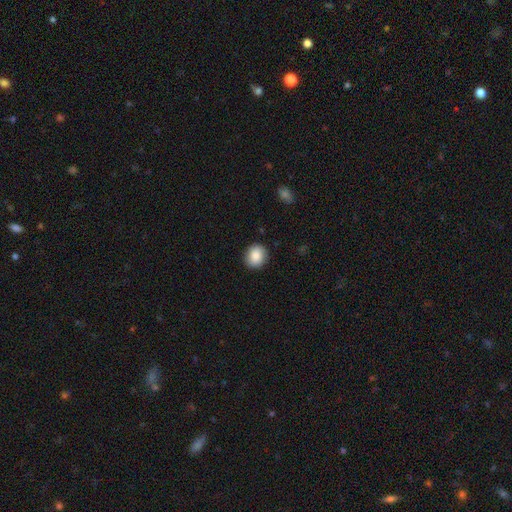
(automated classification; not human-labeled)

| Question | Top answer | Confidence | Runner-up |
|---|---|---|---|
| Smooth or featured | smooth | 86% | star or artifact (8%) |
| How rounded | round | 76% | in between (23%) |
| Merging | none | 88% | minor disturbance (9%) |